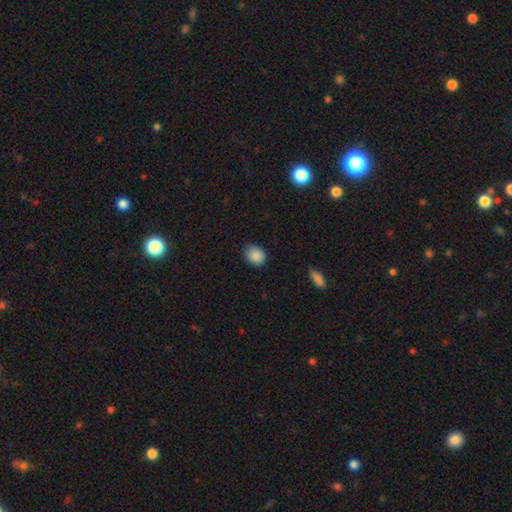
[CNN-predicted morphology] A smooth galaxy with no disk features (88%) that is in between round and cigar-shaped (58%).

Vote fractions:
- Smooth or featured? smooth: 88% / star or artifact: 8% / featured or disk: 4%
- How rounded? in between: 58% / round: 41% / cigar-shaped: 1%
- Merging? none: 77% / minor disturbance: 19% / major disturbance: 3% / merger: 1%